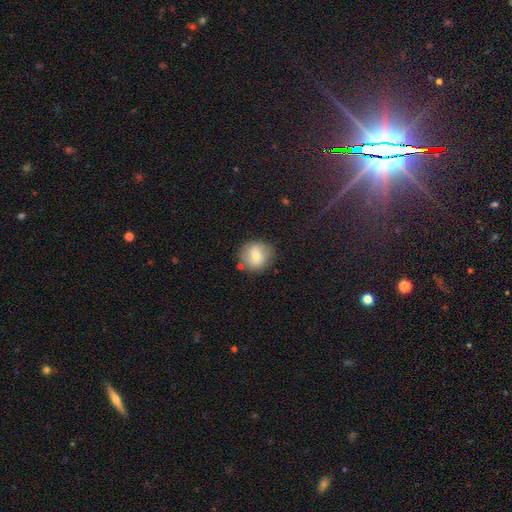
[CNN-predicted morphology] Smooth or featured: smooth — 69% (featured or disk — 22%)
How rounded: round — 90% (in between — 9%)
Merging: none — 80% (minor disturbance — 12%)